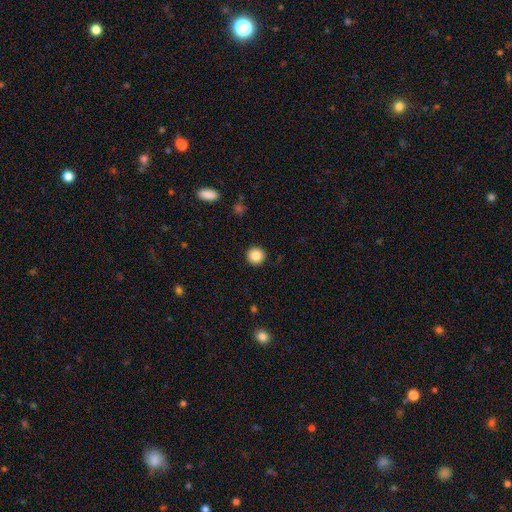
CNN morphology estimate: Smooth or featured? smooth (85%)
How rounded? round (95%)
Merging? none (93%)